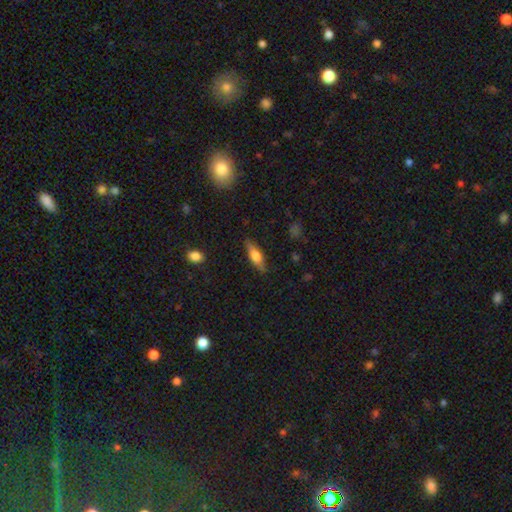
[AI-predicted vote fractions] Q: Smooth or featured?
A: smooth (53%); runner-up: featured or disk (40%)
Q: How rounded?
A: cigar-shaped (51%); runner-up: in between (46%)
Q: Merging?
A: none (84%); runner-up: minor disturbance (12%)